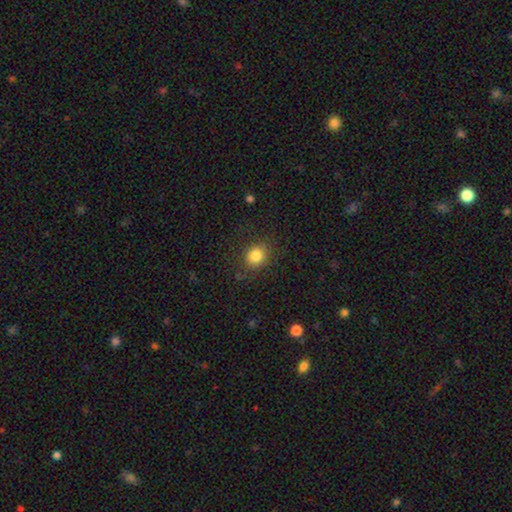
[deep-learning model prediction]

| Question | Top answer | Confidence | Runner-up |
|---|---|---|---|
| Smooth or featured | smooth | 83% | star or artifact (11%) |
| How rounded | round | 74% | in between (25%) |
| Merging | none | 83% | minor disturbance (11%) |